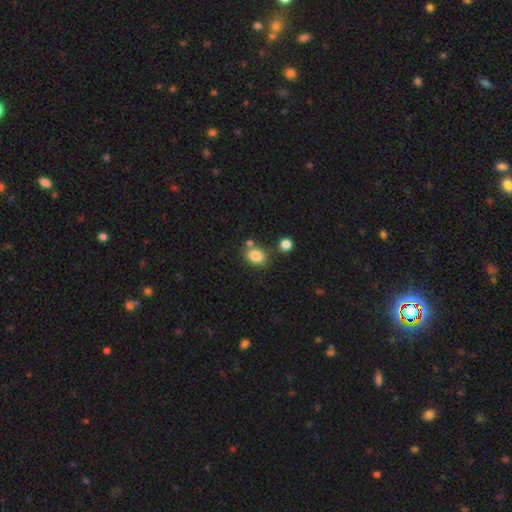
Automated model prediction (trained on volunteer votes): Smooth or featured? Predicted: smooth (p=0.83). How rounded? Predicted: in between (p=0.60). Merging? Predicted: none (p=0.65).